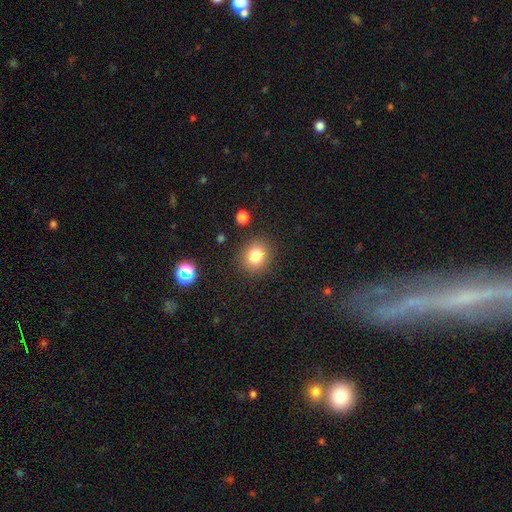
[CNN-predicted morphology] A smooth galaxy with no disk features (82%) that is round (73%).

Vote fractions:
- Smooth or featured? smooth: 82% / star or artifact: 11% / featured or disk: 7%
- How rounded? round: 73% / in between: 26% / cigar-shaped: 1%
- Merging? none: 87% / minor disturbance: 8% / major disturbance: 3% / merger: 2%